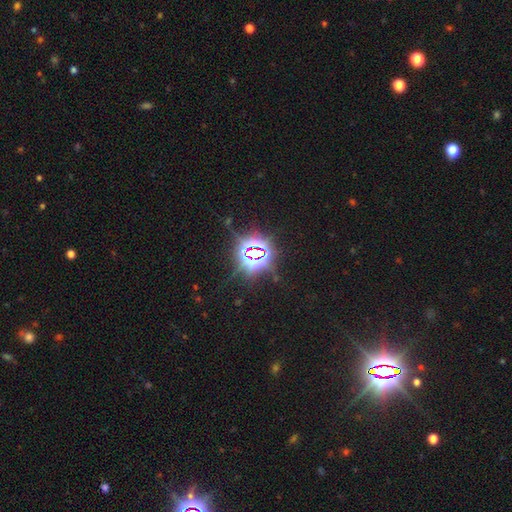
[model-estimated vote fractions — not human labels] Smooth or featured? star or artifact (82%)